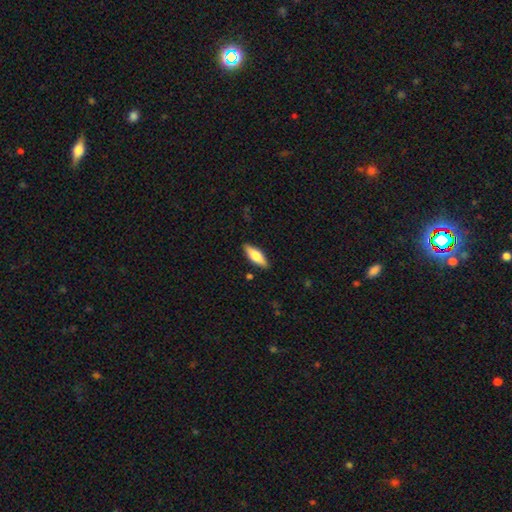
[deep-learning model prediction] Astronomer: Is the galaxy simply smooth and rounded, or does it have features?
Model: smooth — 64%.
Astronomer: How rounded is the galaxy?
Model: in between — 57% (runner-up: cigar-shaped, 41%).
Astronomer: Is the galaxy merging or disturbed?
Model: none — 88%.